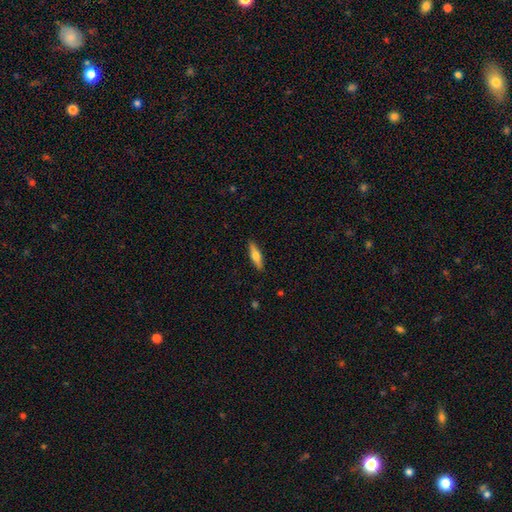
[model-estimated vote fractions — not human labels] This is possibly a smooth galaxy (58%). How rounded: likely cigar-shaped (64%). Merging: clearly none (89%).